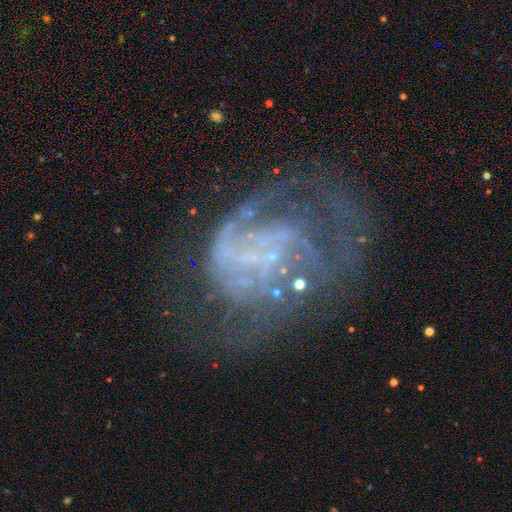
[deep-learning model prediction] Q: Smooth or featured?
A: featured or disk (77%); runner-up: star or artifact (12%)
Q: Edge-on disk?
A: no (98%); runner-up: yes (2%)
Q: Bar?
A: no (65%); runner-up: weak (26%)
Q: Spiral arms?
A: yes (70%); runner-up: no (30%)
Q: Spiral winding?
A: medium (36%); runner-up: loose (34%)
Q: Spiral arm count?
A: can't tell (30%); runner-up: 2 (29%)
Q: Bulge size?
A: none (66%); runner-up: small (25%)
Q: Merging?
A: major disturbance (42%); runner-up: none (36%)